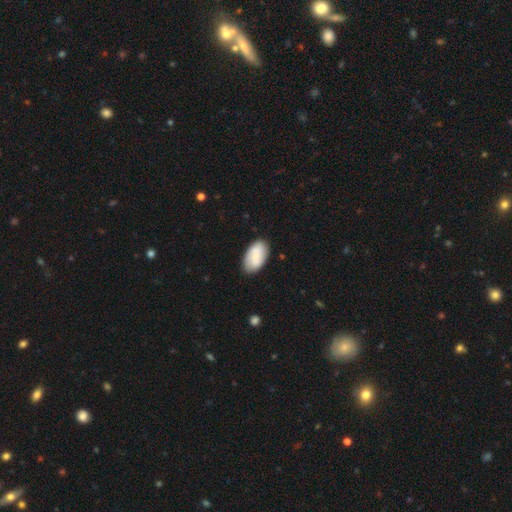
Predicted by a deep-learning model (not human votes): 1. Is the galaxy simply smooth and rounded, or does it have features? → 75% smooth, 18% featured or disk, 6% star or artifact.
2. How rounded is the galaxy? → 95% in between, 4% round, 2% cigar-shaped.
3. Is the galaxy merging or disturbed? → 82% none, 13% minor disturbance, 3% major disturbance, 2% merger.